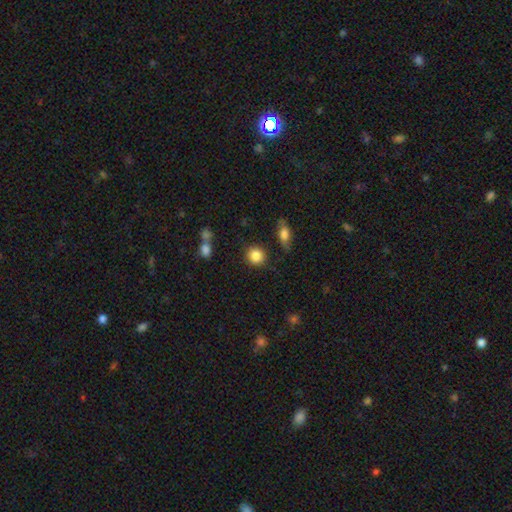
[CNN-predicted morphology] A smooth galaxy with no disk features (86%) that is round (88%).

Vote fractions:
- Smooth or featured? smooth: 86% / star or artifact: 9% / featured or disk: 5%
- How rounded? round: 88% / in between: 11% / cigar-shaped: 1%
- Merging? none: 85% / minor disturbance: 9% / merger: 3% / major disturbance: 3%